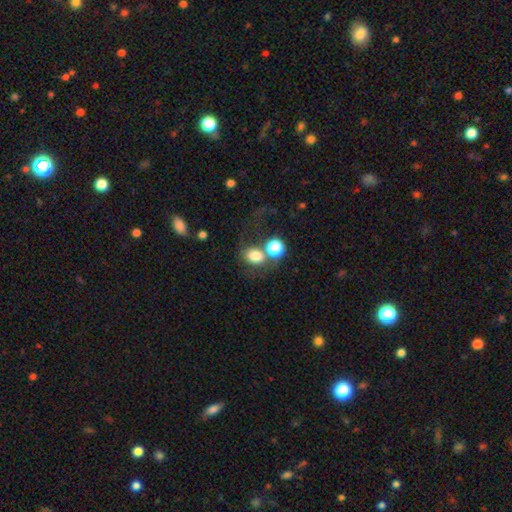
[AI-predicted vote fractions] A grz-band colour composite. It shows a smooth galaxy with no disk features (76%) that is in between round and cigar-shaped (51%). Merging: none (41%).